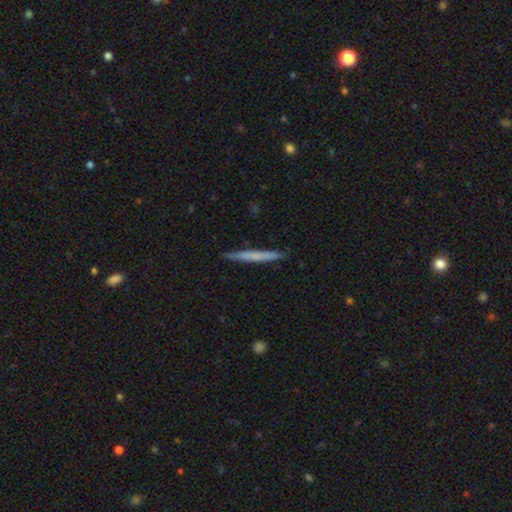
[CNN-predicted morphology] smooth-or-featured: smooth: 59% | featured or disk: 36% | star or artifact: 5%
  how-rounded: cigar-shaped: 97% | in between: 2% | round: 1%
  merging: none: 90% | minor disturbance: 7% | major disturbance: 1% | merger: 1%